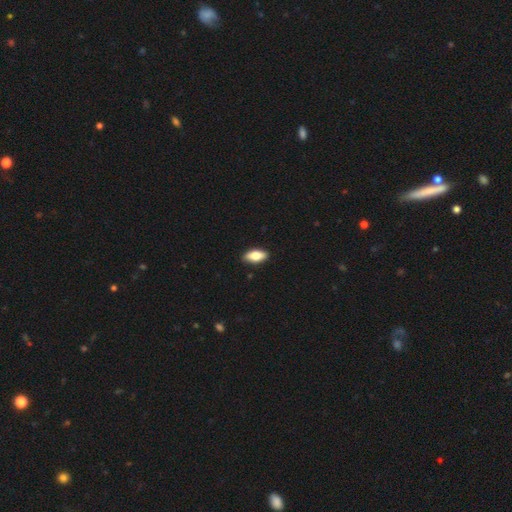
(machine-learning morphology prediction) The model was most divided on "smooth or featured": smooth: 76%, featured or disk: 18%, star or artifact: 6%. More confident: merging — none (90%); how rounded — in between (86%).